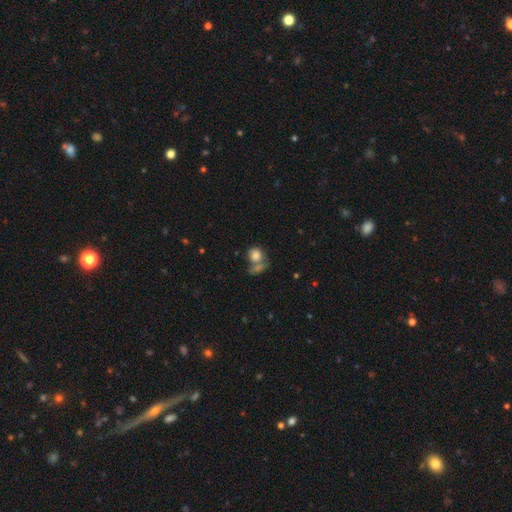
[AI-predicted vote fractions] Smooth or featured? Predicted: smooth (p=0.80). How rounded? Predicted: round (p=0.71). Merging? Predicted: merger (p=0.40, tied with none).